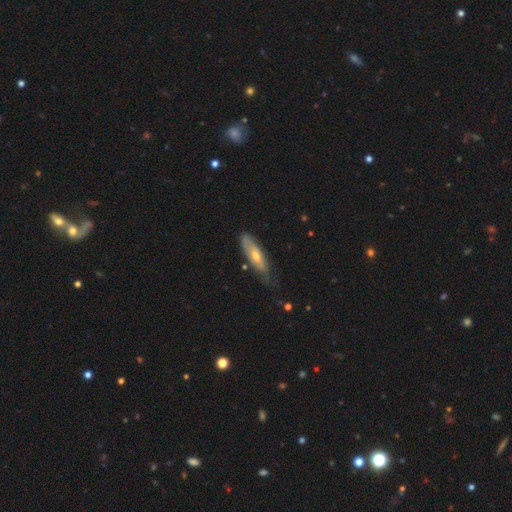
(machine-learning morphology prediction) smooth_or_featured: featured or disk (p=0.48) [alt: smooth p=0.45]
merging: none (p=0.61) [alt: minor disturbance p=0.30]